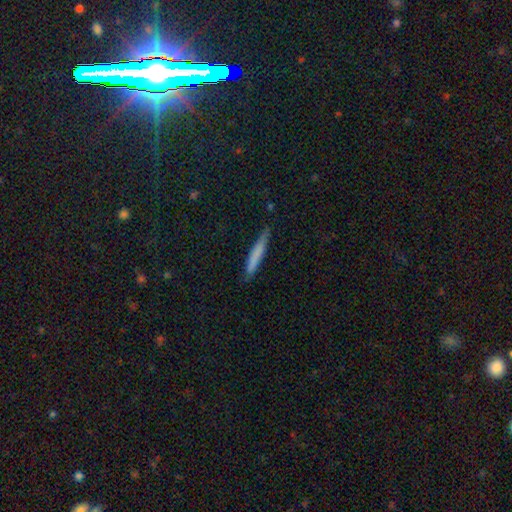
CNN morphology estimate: A smooth galaxy with no disk features (71%) that is cigar-shaped (95%).

Vote fractions:
- Smooth or featured? smooth: 71% / featured or disk: 23% / star or artifact: 6%
- How rounded? cigar-shaped: 95% / in between: 3% / round: 1%
- Merging? none: 84% / minor disturbance: 12% / major disturbance: 2% / merger: 1%